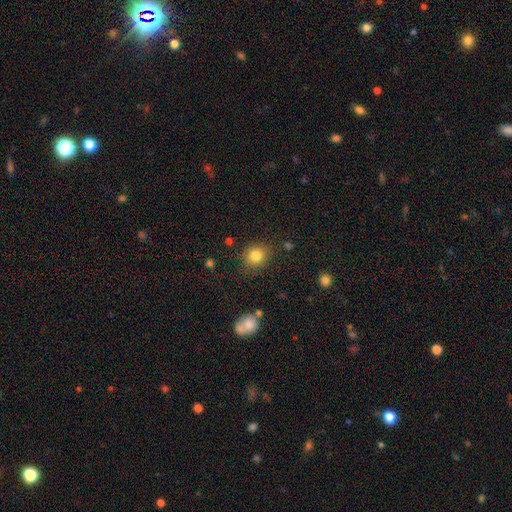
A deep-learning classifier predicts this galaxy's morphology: A smooth galaxy with no disk features (83%) that is round (78%).

Vote fractions:
- Smooth or featured? smooth: 83% / star or artifact: 11% / featured or disk: 6%
- How rounded? round: 78% / in between: 21% / cigar-shaped: 1%
- Merging? none: 84% / minor disturbance: 10% / major disturbance: 3% / merger: 2%